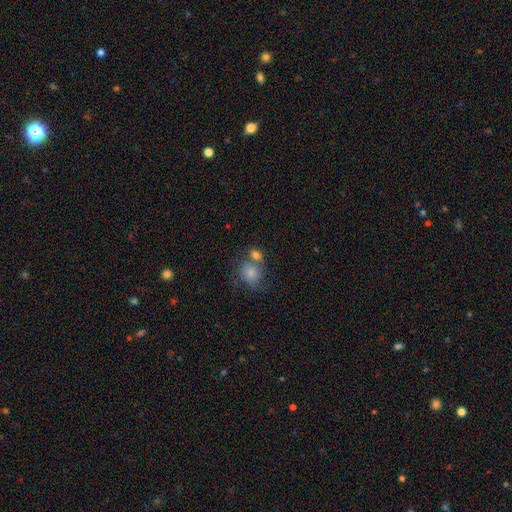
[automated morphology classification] A smooth galaxy with no disk features (75%) that is round (62%). Merging: merger (41%).